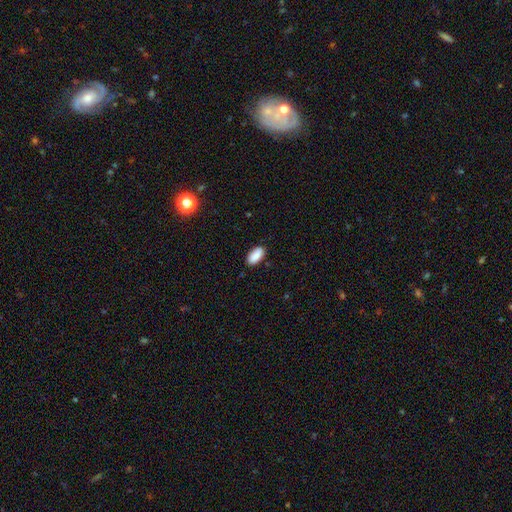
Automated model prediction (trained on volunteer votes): Smooth or featured: smooth — 87% (star or artifact — 7%)
How rounded: in between — 91% (cigar-shaped — 7%)
Merging: none — 85% (minor disturbance — 11%)